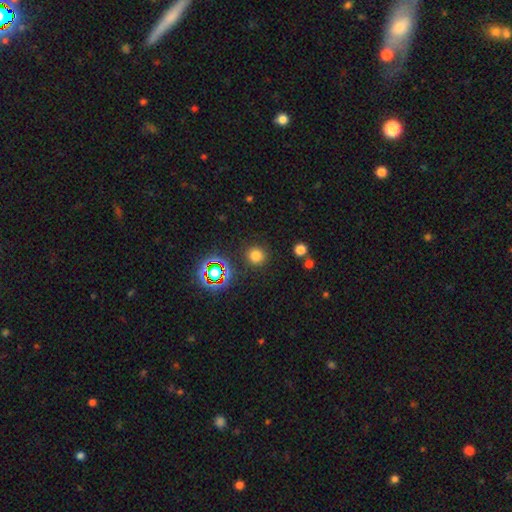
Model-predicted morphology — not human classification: Overall: smooth (73%). How rounded: round (93%). Merging: none (88%).